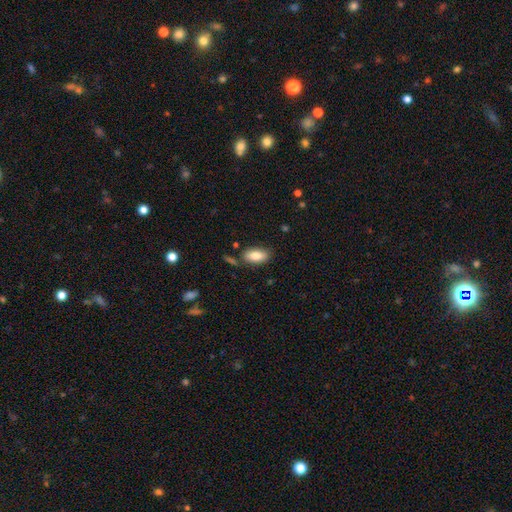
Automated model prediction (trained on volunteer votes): Smooth or featured?
  - smooth: 85% *
  - featured or disk: 8%
  - star or artifact: 7%
How rounded?
  - in between: 91% *
  - cigar-shaped: 6%
  - round: 3%
Merging?
  - none: 79% *
  - minor disturbance: 13%
  - merger: 5%
  - major disturbance: 3%